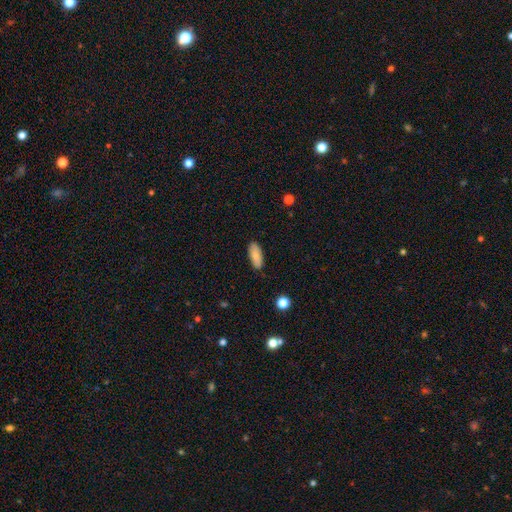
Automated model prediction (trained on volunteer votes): smooth_or_featured: smooth (p=0.84) [alt: featured or disk p=0.09]
how_rounded: in between (p=0.79) [alt: cigar-shaped p=0.19]
merging: none (p=0.87) [alt: minor disturbance p=0.10]